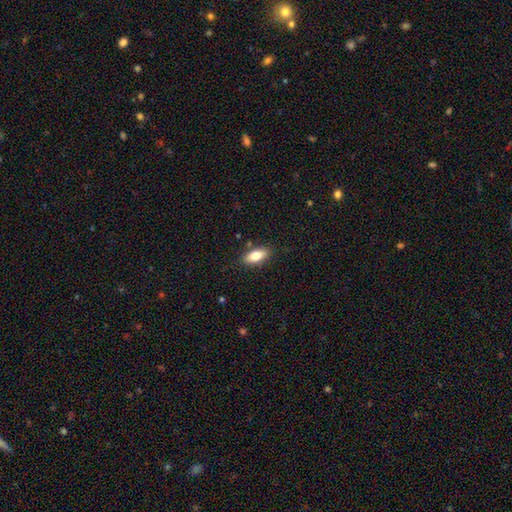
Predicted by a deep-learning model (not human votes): This is likely a smooth galaxy (76%). How rounded: clearly in between (82%). Merging: clearly none (86%).